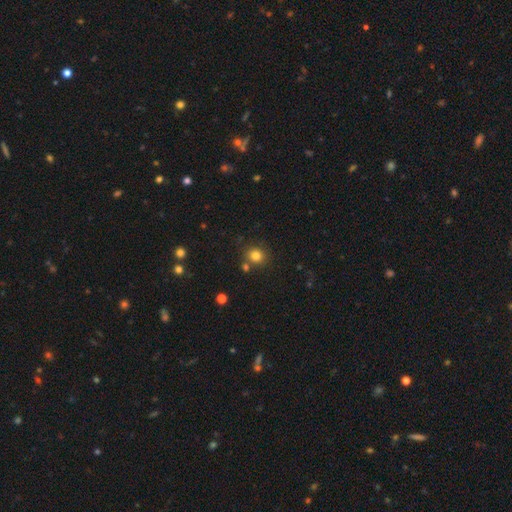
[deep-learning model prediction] Smooth or featured? smooth (81%)
How rounded? round (80%)
Merging? none (76%)